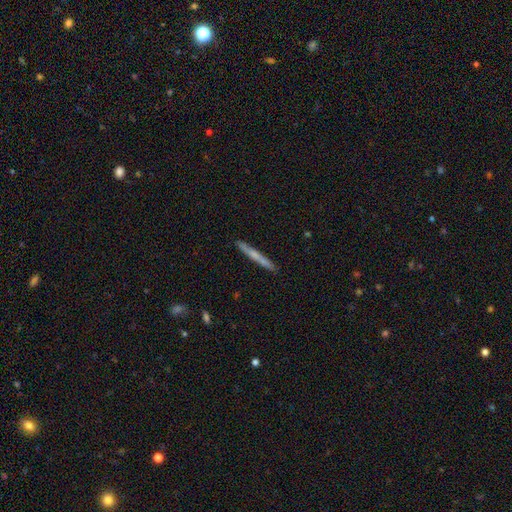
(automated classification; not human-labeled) Overall: smooth (49%; featured or disk 45%). Merging: none (89%).